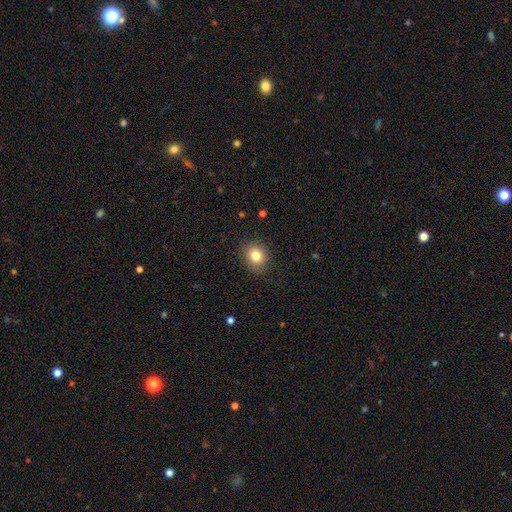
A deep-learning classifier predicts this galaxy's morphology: Smooth or featured? Predicted: smooth (p=0.81). How rounded? Predicted: round (p=0.70). Merging? Predicted: none (p=0.88).